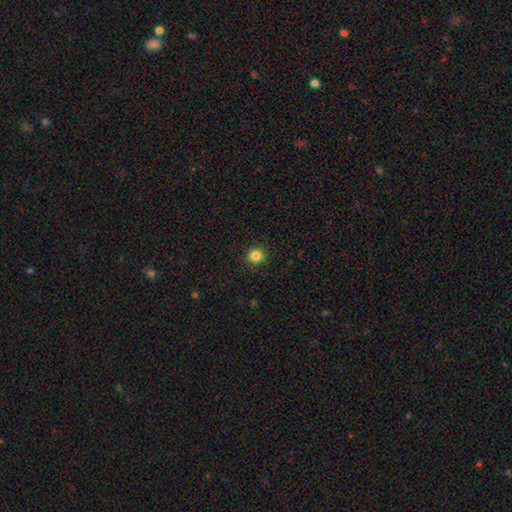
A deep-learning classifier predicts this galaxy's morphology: A smooth galaxy with no disk features (84%) that is round (94%).

Vote fractions:
- Smooth or featured? smooth: 84% / star or artifact: 12% / featured or disk: 4%
- How rounded? round: 94% / in between: 5% / cigar-shaped: 1%
- Merging? none: 90% / minor disturbance: 7% / major disturbance: 2% / merger: 1%